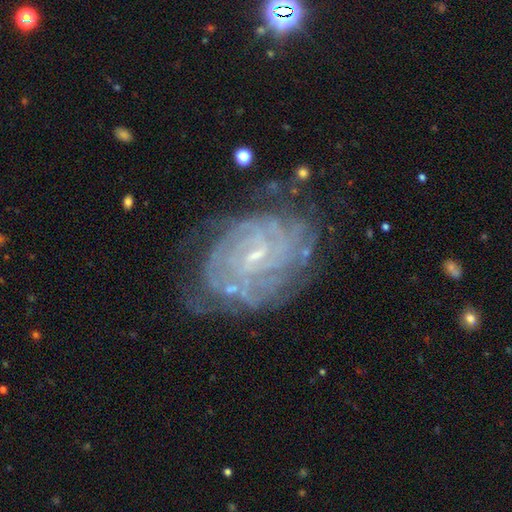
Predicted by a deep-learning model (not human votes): Smooth or featured? Predicted: featured or disk (p=0.86). Edge-on disk? Predicted: no (p=0.97). Bar? Predicted: weak (p=0.53). Spiral arms? Predicted: yes (p=0.96). Spiral winding? Predicted: tight (p=0.78). Spiral arm count? Predicted: can't tell (p=0.38). Bulge size? Predicted: small (p=0.80). Merging? Predicted: none (p=0.68).